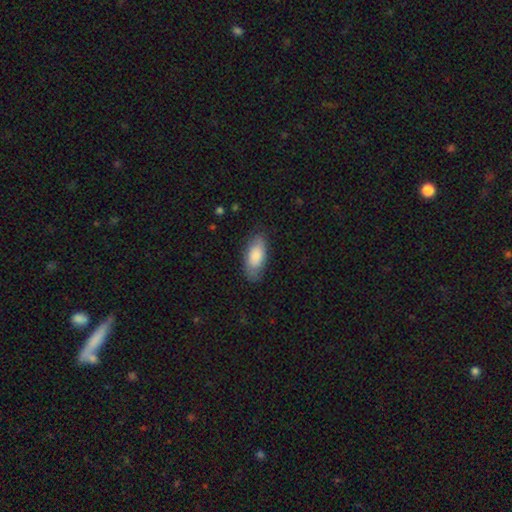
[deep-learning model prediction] Smooth or featured? smooth (83%)
How rounded? in between (88%)
Merging? none (77%)